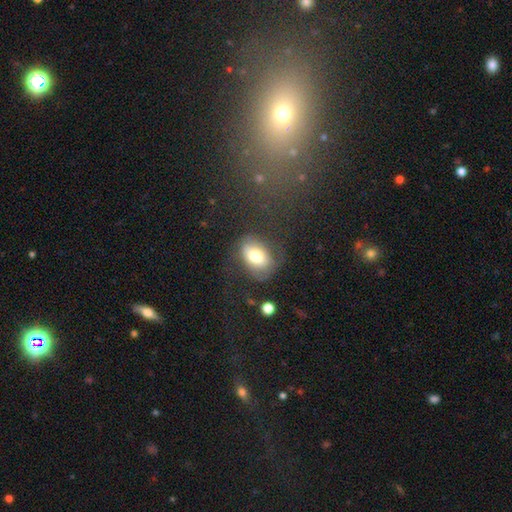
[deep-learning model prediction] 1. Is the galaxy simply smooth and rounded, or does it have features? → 68% smooth, 24% featured or disk, 8% star or artifact.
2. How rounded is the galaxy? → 82% in between, 17% round, 2% cigar-shaped.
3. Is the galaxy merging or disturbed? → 61% none, 22% minor disturbance, 14% major disturbance, 3% merger.